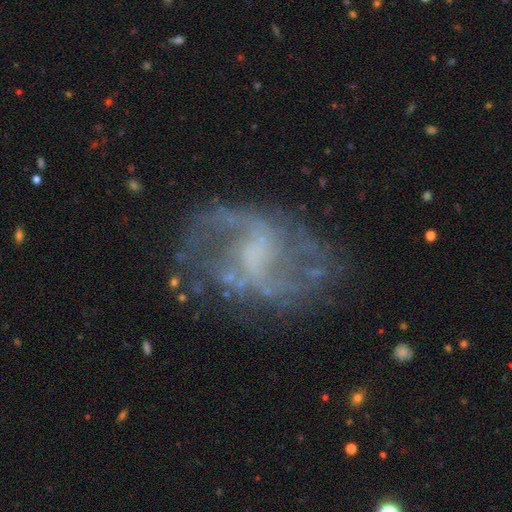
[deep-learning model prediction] Overall: featured or disk (83%). Edge-on disk: no (97%). Bar: weak (50%; no 36%). Spiral arms: yes (88%). Spiral arm count: 2 (74%). Spiral winding: loose (44%; medium 43%). Bulge size: none (46%; small 28%). Merging: none (65%).